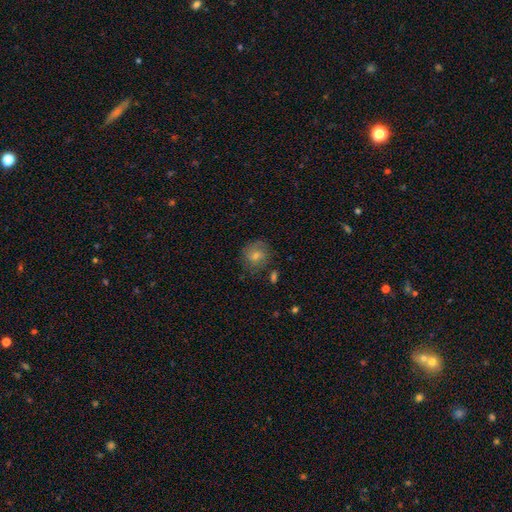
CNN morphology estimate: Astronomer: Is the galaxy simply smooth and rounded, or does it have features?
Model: smooth — 53% (runner-up: featured or disk, 31%).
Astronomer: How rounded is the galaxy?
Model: round — 81%.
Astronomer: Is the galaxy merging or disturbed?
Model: none — 75%.